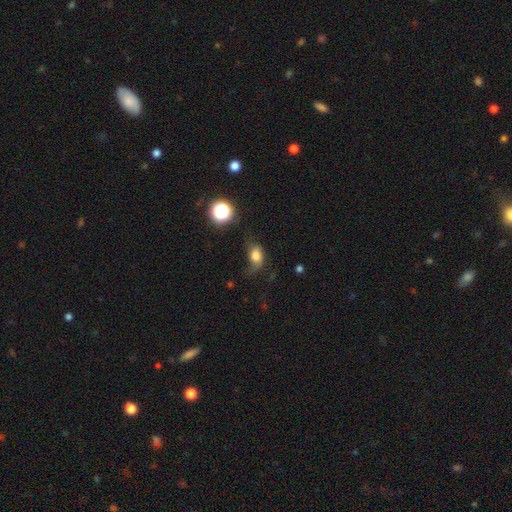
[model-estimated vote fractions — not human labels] Overall: smooth (69%). How rounded: in between (72%). Merging: none (35%; major disturbance 31%).